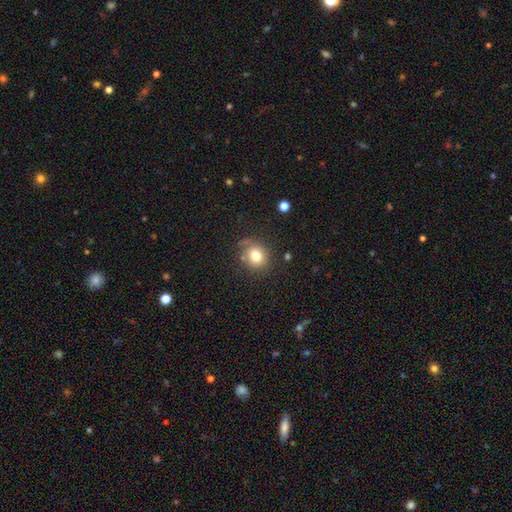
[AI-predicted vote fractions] smooth_or_featured: smooth (p=0.78) [alt: star or artifact p=0.12]
how_rounded: round (p=0.77) [alt: in between p=0.22]
merging: none (p=0.75) [alt: minor disturbance p=0.16]